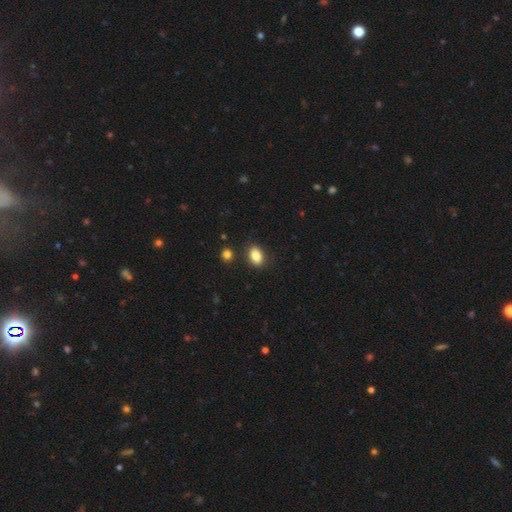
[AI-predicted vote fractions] smooth_or_featured: smooth (p=0.85) [alt: star or artifact p=0.09]
how_rounded: in between (p=0.78) [alt: round p=0.21]
merging: none (p=0.86) [alt: minor disturbance p=0.09]